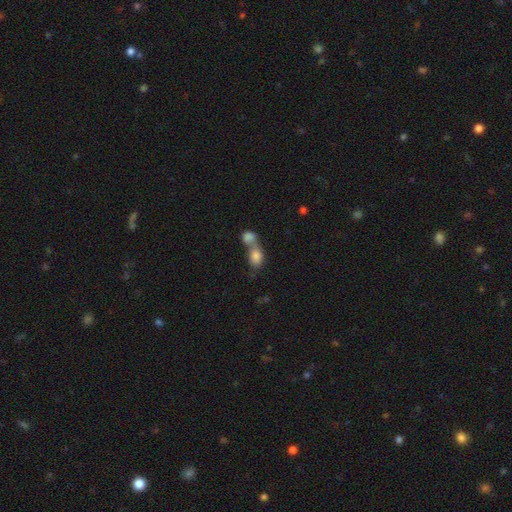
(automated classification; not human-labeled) Overall: smooth (81%). How rounded: in between (58%; round 40%). Merging: merger (73%).